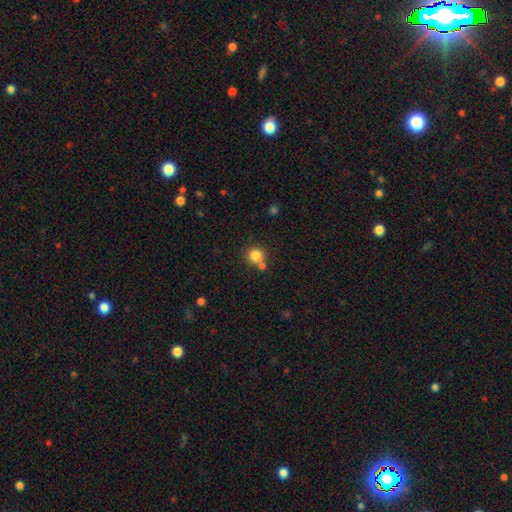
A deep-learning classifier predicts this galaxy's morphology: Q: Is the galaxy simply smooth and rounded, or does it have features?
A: smooth — 82%.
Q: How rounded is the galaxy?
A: round — 84%.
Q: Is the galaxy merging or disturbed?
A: none — 56%.